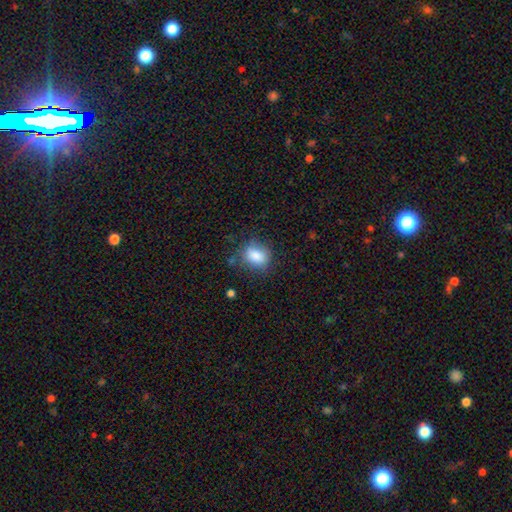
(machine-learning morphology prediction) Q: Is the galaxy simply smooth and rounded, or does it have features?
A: smooth — 85%.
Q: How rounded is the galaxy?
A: in between — 59%.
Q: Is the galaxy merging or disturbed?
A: none — 71%.